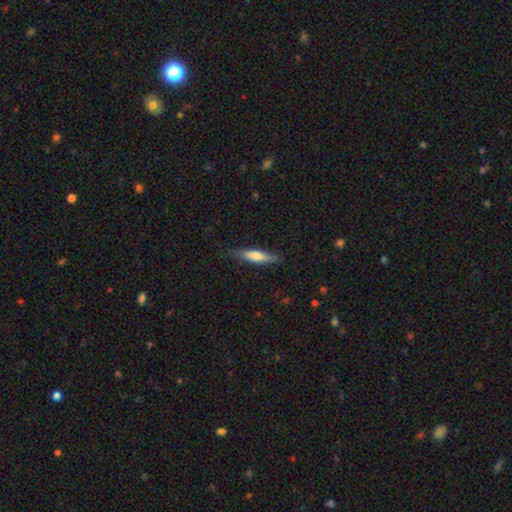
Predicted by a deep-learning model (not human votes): A smooth galaxy with no disk features (69%) that is cigar-shaped (74%).

Vote fractions:
- Smooth or featured? smooth: 69% / featured or disk: 26% / star or artifact: 6%
- How rounded? cigar-shaped: 74% / in between: 24% / round: 1%
- Merging? none: 80% / minor disturbance: 16% / major disturbance: 3% / merger: 1%